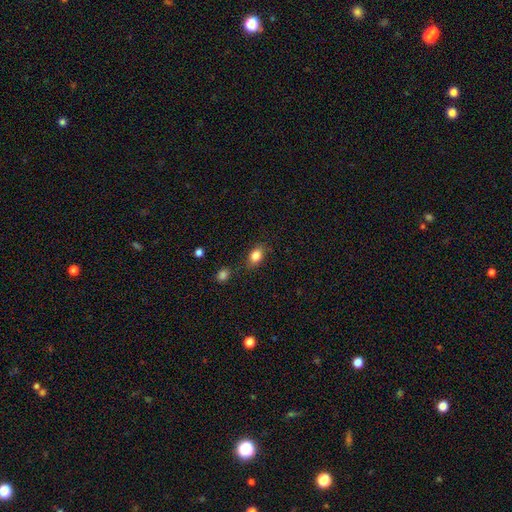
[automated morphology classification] The model was most divided on "how rounded": in between: 79%, round: 19%, cigar-shaped: 2%. More confident: smooth or featured — smooth (83%); merging — none (79%).